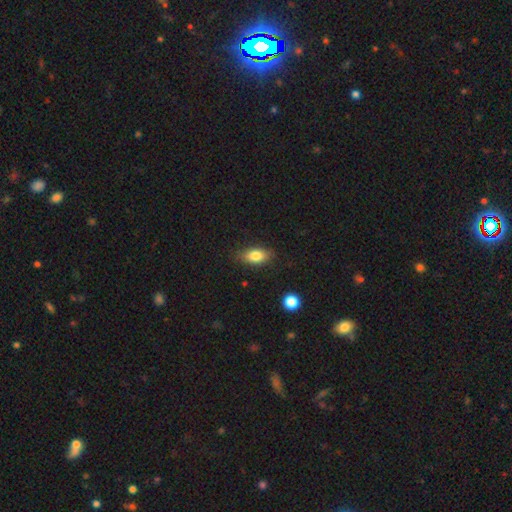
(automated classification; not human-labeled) Smooth or featured? Predicted: smooth (p=0.79). How rounded? Predicted: in between (p=0.85). Merging? Predicted: none (p=0.82).